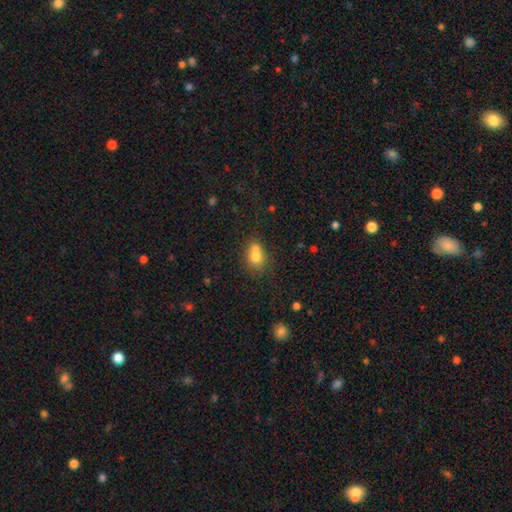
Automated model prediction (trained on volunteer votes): A smooth galaxy with no disk features (72%) that is round (59%).

Vote fractions:
- Smooth or featured? smooth: 72% / featured or disk: 16% / star or artifact: 12%
- How rounded? round: 59% / in between: 40% / cigar-shaped: 1%
- Merging? merger: 55% / none: 31% / minor disturbance: 10% / major disturbance: 4%